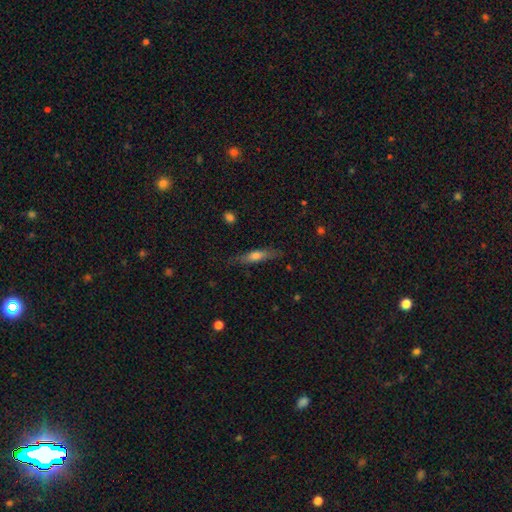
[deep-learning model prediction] Smooth or featured: smooth — 62% (featured or disk — 31%)
How rounded: cigar-shaped — 73% (in between — 25%)
Merging: none — 74% (minor disturbance — 19%)